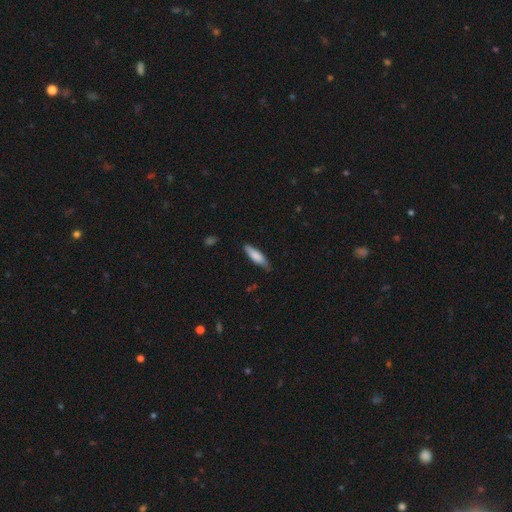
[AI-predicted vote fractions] A smooth galaxy with no disk features (80%) that is cigar-shaped (61%). Merging: none (77%).